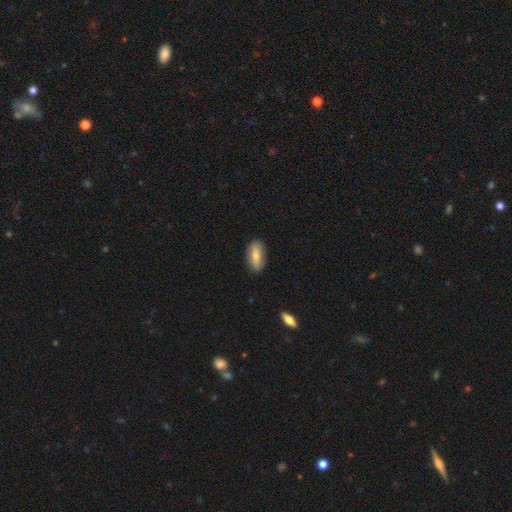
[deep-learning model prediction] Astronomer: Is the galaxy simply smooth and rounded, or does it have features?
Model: smooth — 74%.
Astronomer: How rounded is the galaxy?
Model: in between — 84%.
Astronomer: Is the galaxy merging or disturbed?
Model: none — 84%.